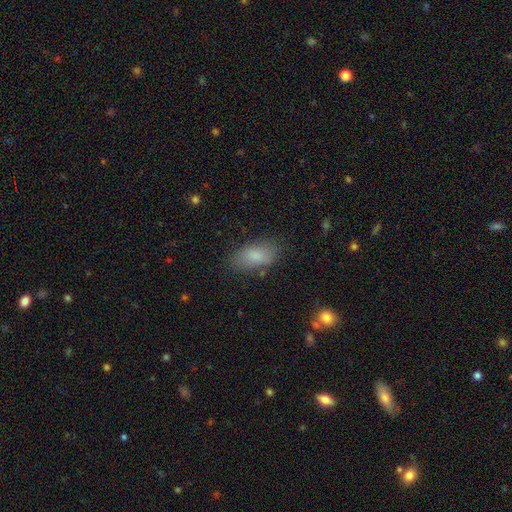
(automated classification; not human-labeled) Smooth or featured: smooth — 83% (featured or disk — 9%)
How rounded: in between — 90% (cigar-shaped — 6%)
Merging: none — 78% (minor disturbance — 15%)